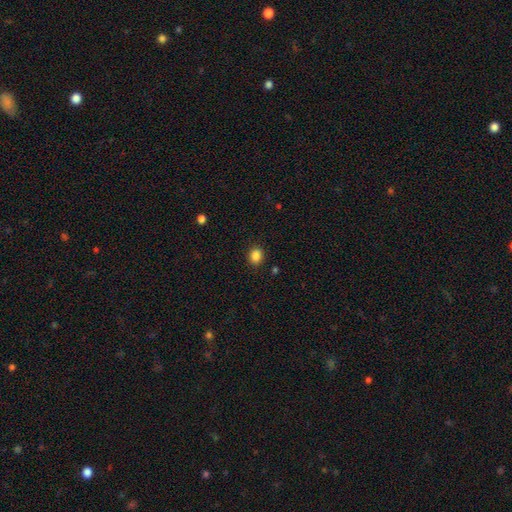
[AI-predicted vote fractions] Smooth or featured?
  - smooth: 86% *
  - star or artifact: 11%
  - featured or disk: 4%
How rounded?
  - round: 69% *
  - in between: 31%
  - cigar-shaped: 1%
Merging?
  - none: 90% *
  - minor disturbance: 7%
  - major disturbance: 2%
  - merger: 1%